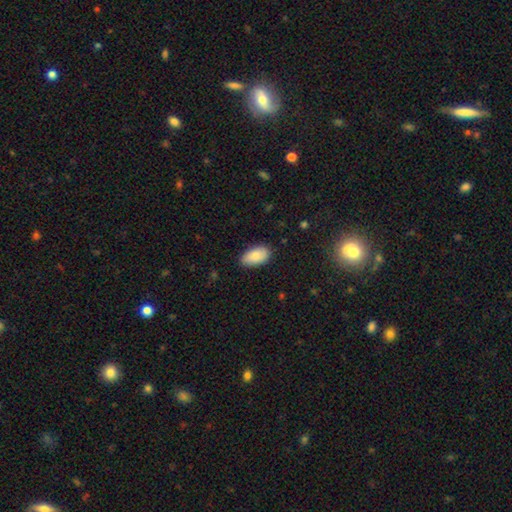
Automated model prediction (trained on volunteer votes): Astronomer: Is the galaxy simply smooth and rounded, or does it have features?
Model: smooth — 87%.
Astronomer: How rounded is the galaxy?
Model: in between — 95%.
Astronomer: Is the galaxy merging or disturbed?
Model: none — 85%.